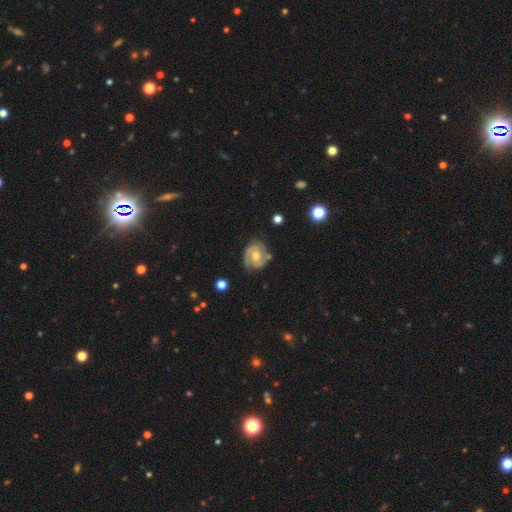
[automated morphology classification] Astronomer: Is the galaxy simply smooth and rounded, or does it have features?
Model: featured or disk — 79%.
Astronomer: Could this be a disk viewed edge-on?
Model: no — 97%.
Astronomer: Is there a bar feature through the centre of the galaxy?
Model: no — 55% (runner-up: weak, 37%).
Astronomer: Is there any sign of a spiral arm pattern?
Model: yes — 93%.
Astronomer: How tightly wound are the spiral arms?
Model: tight — 51% (runner-up: medium, 39%).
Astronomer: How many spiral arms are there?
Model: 2 — 72%.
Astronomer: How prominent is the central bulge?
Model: moderate — 68%.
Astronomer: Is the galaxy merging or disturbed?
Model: none — 70%.